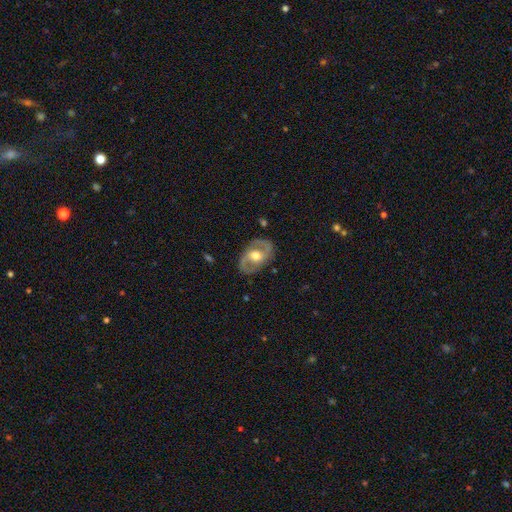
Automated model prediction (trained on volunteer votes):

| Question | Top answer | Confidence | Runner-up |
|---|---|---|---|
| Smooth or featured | featured or disk | 78% | smooth (17%) |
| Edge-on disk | no | 95% | yes (5%) |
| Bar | no | 47% | weak (37%) |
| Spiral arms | yes | 79% | no (21%) |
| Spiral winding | medium | 51% | loose (25%) |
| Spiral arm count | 2 | 89% | can't tell (6%) |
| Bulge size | moderate | 73% | large (15%) |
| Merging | none | 82% | minor disturbance (13%) |